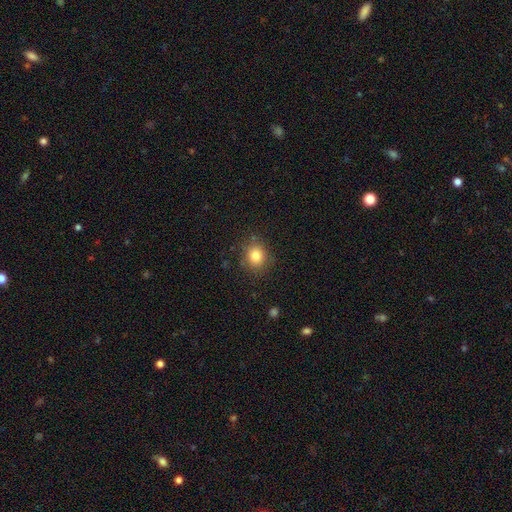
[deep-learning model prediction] This appears to be a smooth galaxy with no disk features (82%) that is round (79%). Merging: none (83%).